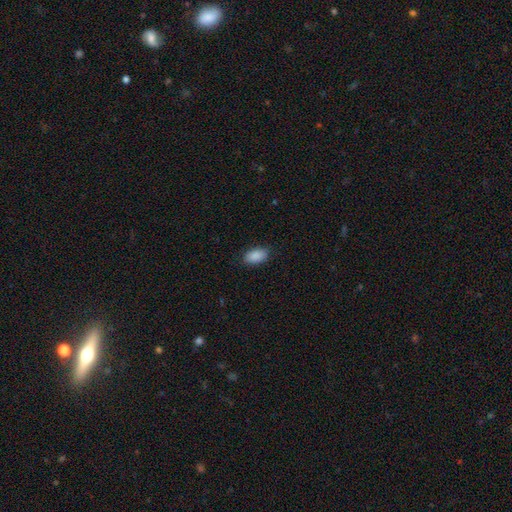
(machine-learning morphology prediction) The model was most divided on "merging": none: 85%, minor disturbance: 11%, major disturbance: 3%, merger: 1%. More confident: how rounded — in between (92%); smooth or featured — smooth (89%).